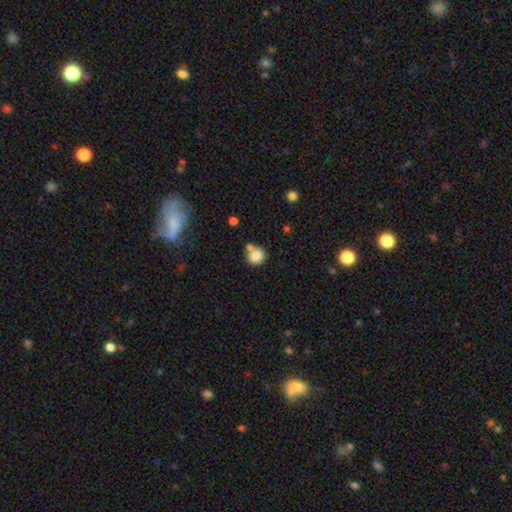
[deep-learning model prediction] Overall: smooth (83%). How rounded: round (82%). Merging: none (57%; merger 27%).